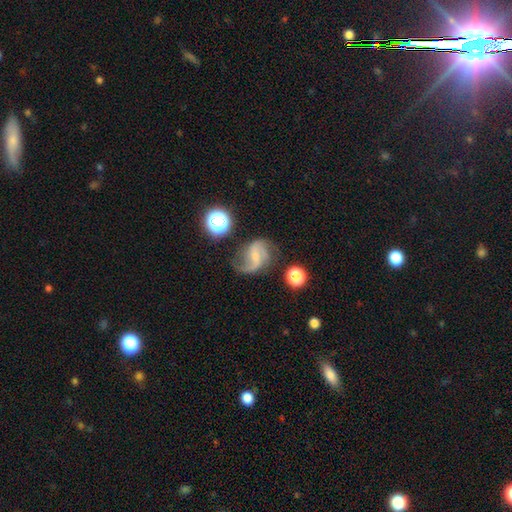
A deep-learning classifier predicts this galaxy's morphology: type=featured or disk (79%); edge-on=no (98%); bar=weak (50%); spiral arms=yes (95%); winding=loose (62%); arm count=2 (75%); bulge=small (61%); merging=none (56%).